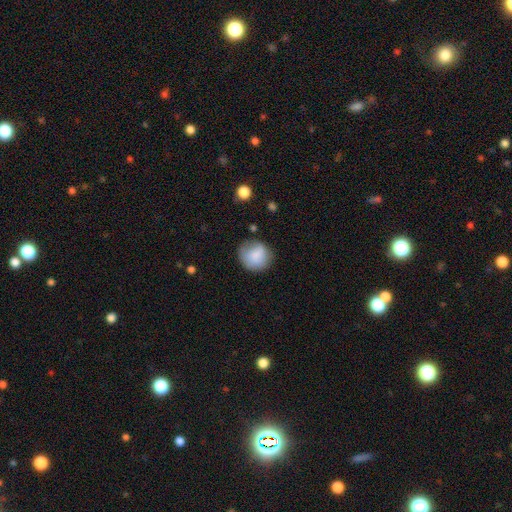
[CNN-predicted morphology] This appears to be a smooth galaxy with no disk features (84%) that is round (87%). Merging: none (72%).